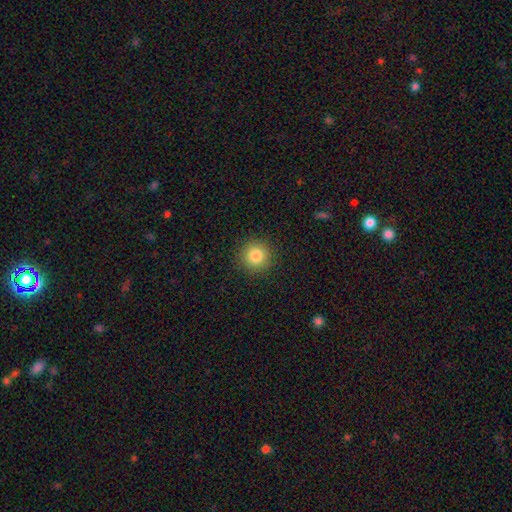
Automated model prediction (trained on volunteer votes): A smooth galaxy with no disk features (84%) that is round (94%).

Vote fractions:
- Smooth or featured? smooth: 84% / star or artifact: 10% / featured or disk: 6%
- How rounded? round: 94% / in between: 5% / cigar-shaped: 1%
- Merging? none: 91% / minor disturbance: 6% / major disturbance: 2% / merger: 1%